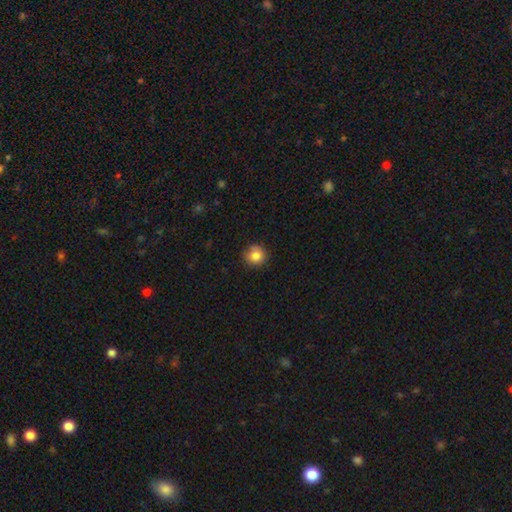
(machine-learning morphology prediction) This appears to be a smooth galaxy with no disk features (84%) that is round (90%). Merging: none (81%).